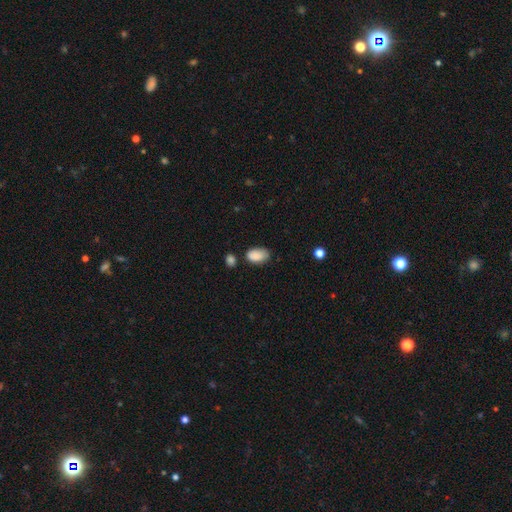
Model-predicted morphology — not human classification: The model was most divided on "merging": none: 59%, minor disturbance: 28%, major disturbance: 6%, merger: 6%. More confident: how rounded — in between (92%); smooth or featured — smooth (87%).